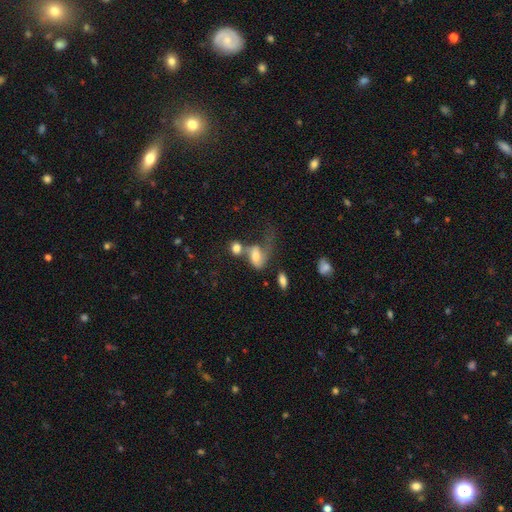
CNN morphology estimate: Smooth or featured: smooth — 52% (featured or disk — 38%)
How rounded: in between — 79% (round — 17%)
Merging: merger — 46% (major disturbance — 27%)